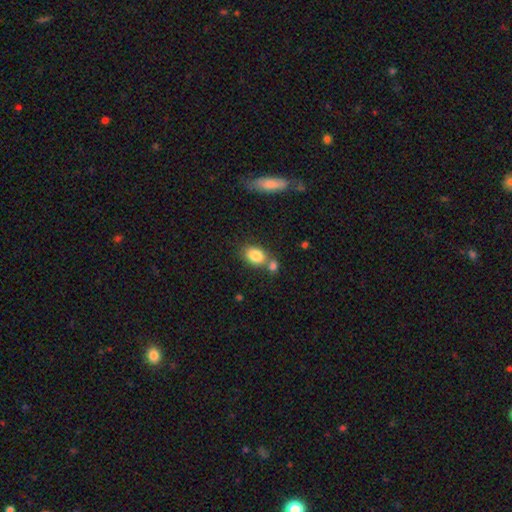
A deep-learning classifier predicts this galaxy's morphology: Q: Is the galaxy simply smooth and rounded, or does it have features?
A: smooth — 84%.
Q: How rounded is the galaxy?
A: in between — 74%.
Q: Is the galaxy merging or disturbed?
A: none — 50%.